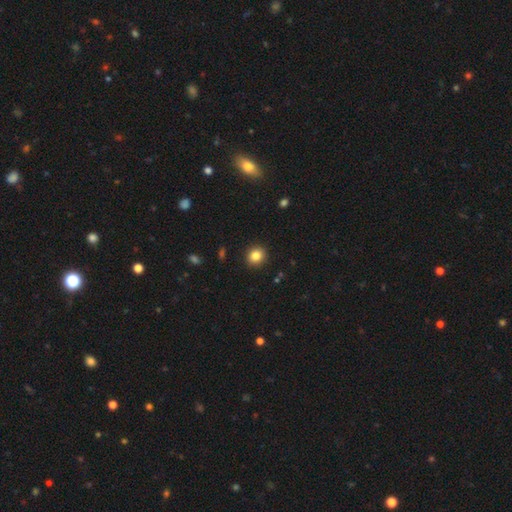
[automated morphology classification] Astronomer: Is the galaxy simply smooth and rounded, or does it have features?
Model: smooth — 83%.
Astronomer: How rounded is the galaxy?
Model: round — 82%.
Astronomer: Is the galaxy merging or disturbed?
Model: none — 91%.